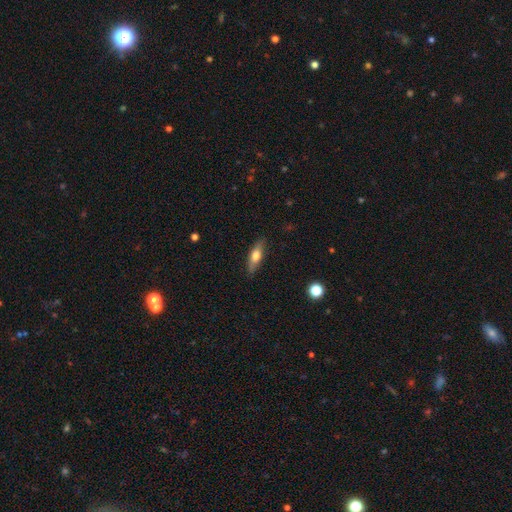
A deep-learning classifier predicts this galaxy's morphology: A smooth galaxy with no disk features (61%) that is cigar-shaped (50%).

Vote fractions:
- Smooth or featured? smooth: 61% / featured or disk: 32% / star or artifact: 7%
- How rounded? cigar-shaped: 50% / in between: 47% / round: 3%
- Merging? none: 85% / minor disturbance: 12% / major disturbance: 2% / merger: 1%